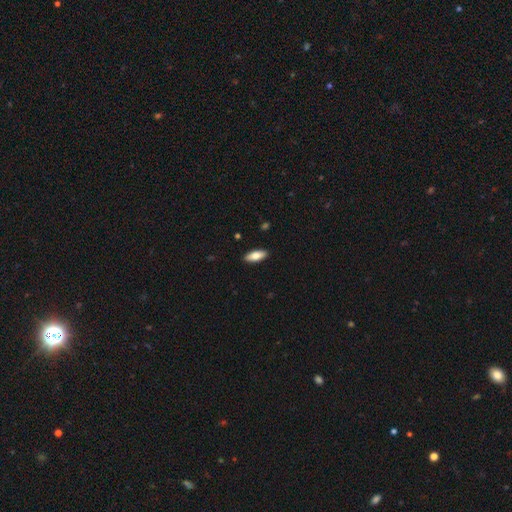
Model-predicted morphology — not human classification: A smooth galaxy with no disk features (77%) that is in between round and cigar-shaped (75%).

Vote fractions:
- Smooth or featured? smooth: 77% / featured or disk: 17% / star or artifact: 6%
- How rounded? in between: 75% / cigar-shaped: 23% / round: 2%
- Merging? none: 90% / minor disturbance: 7% / major disturbance: 2% / merger: 1%